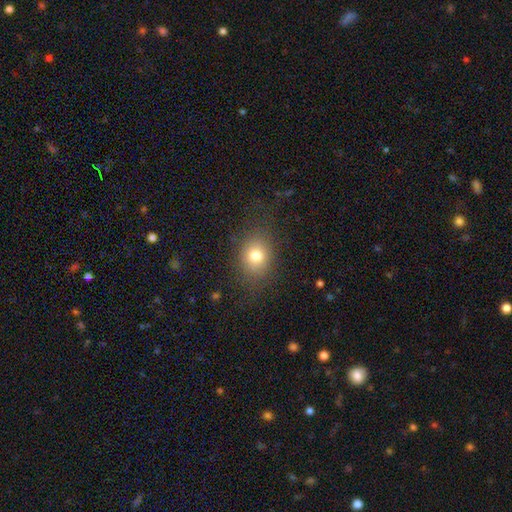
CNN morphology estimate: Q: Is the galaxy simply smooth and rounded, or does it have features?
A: smooth — 77%.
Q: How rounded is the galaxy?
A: round — 50%.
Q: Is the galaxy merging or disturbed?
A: none — 78%.